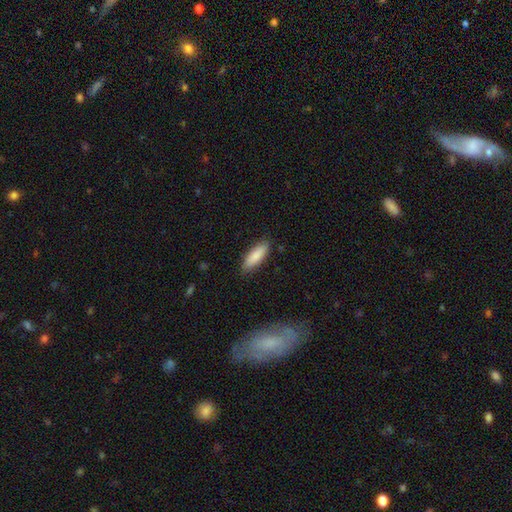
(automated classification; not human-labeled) Smooth or featured? Predicted: smooth (p=0.85). How rounded? Predicted: in between (p=0.58). Merging? Predicted: none (p=0.85).